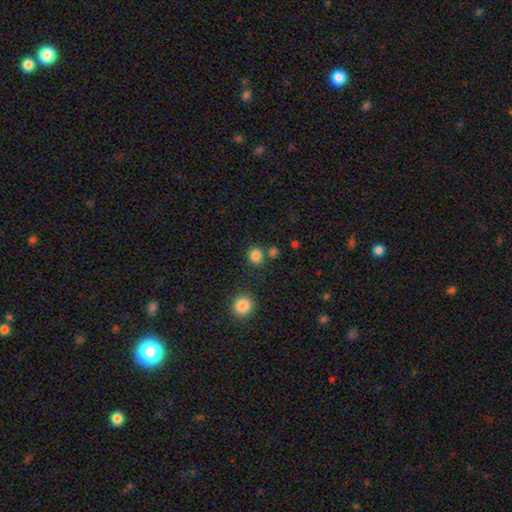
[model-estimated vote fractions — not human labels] Overall: smooth (84%). How rounded: round (77%). Merging: none (75%).